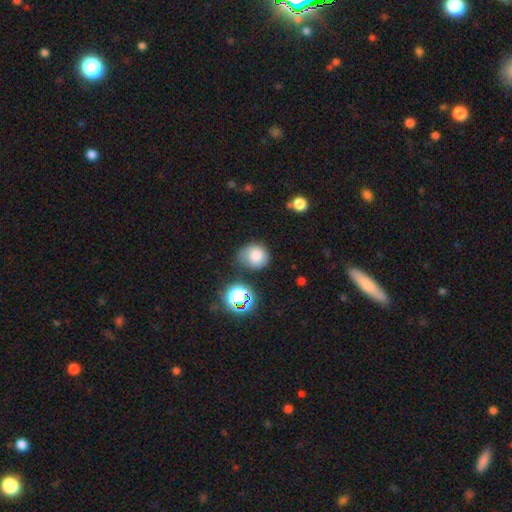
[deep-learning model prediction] smooth-or-featured: smooth: 77% | star or artifact: 13% | featured or disk: 10%
  how-rounded: round: 76% | in between: 24% | cigar-shaped: 1%
  merging: none: 56% | minor disturbance: 28% | major disturbance: 10% | merger: 7%